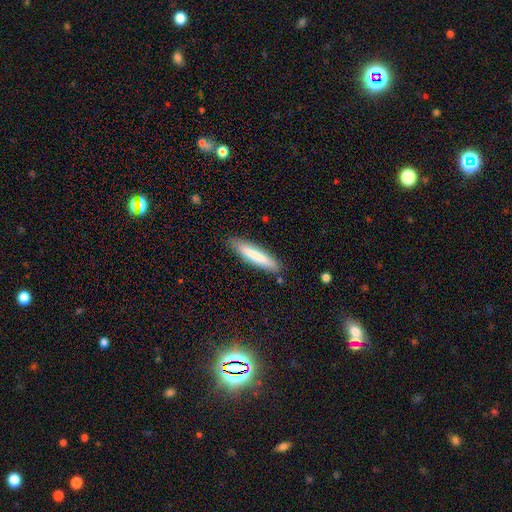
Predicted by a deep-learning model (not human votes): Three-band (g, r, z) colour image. It shows a smooth galaxy with no disk features (79%) that is cigar-shaped (85%). Merging: none (84%).